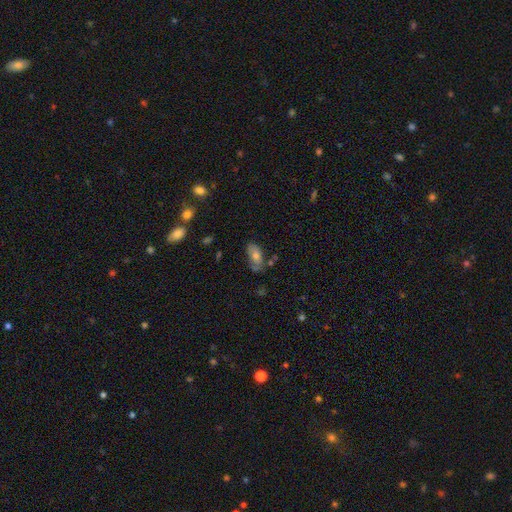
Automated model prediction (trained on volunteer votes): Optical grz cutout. It shows a smooth galaxy with no disk features (70%) that is in between round and cigar-shaped (89%). Merging: none (57%).